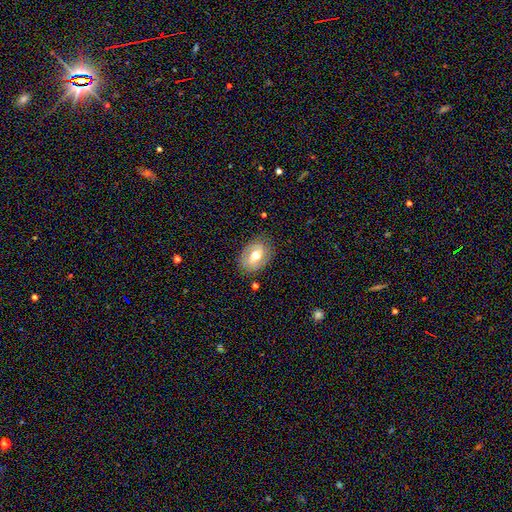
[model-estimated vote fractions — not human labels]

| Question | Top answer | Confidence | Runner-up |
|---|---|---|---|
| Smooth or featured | smooth | 49% | featured or disk (43%) |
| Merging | none | 81% | minor disturbance (14%) |